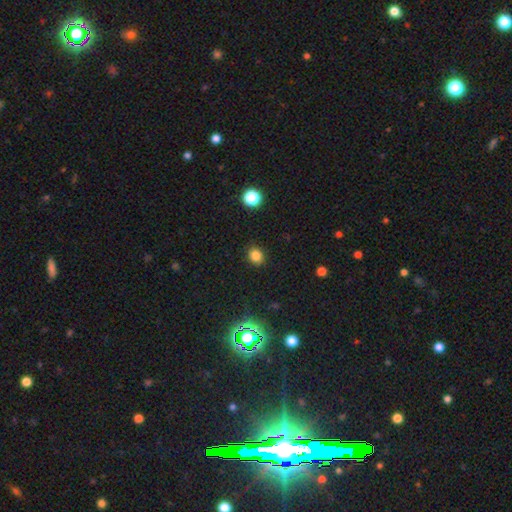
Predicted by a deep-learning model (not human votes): A smooth galaxy with no disk features (80%) that is round (71%).

Vote fractions:
- Smooth or featured? smooth: 80% / star or artifact: 15% / featured or disk: 5%
- How rounded? round: 71% / in between: 28% / cigar-shaped: 1%
- Merging? none: 89% / minor disturbance: 7% / major disturbance: 2% / merger: 1%